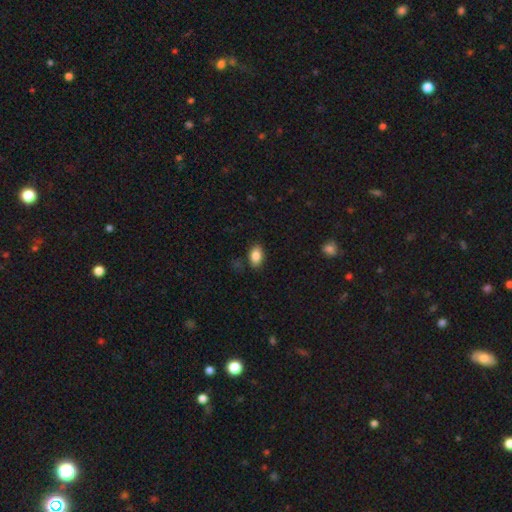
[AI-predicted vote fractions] Smooth or featured? Predicted: smooth (p=0.85). How rounded? Predicted: in between (p=0.89). Merging? Predicted: none (p=0.84).